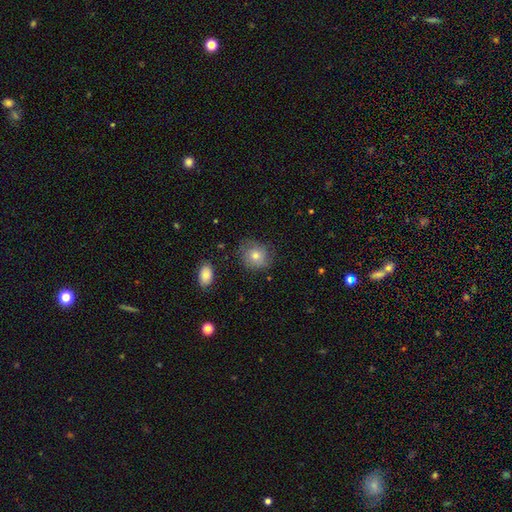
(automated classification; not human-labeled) Overall: smooth (63%; featured or disk 26%). How rounded: round (80%). Merging: none (73%).